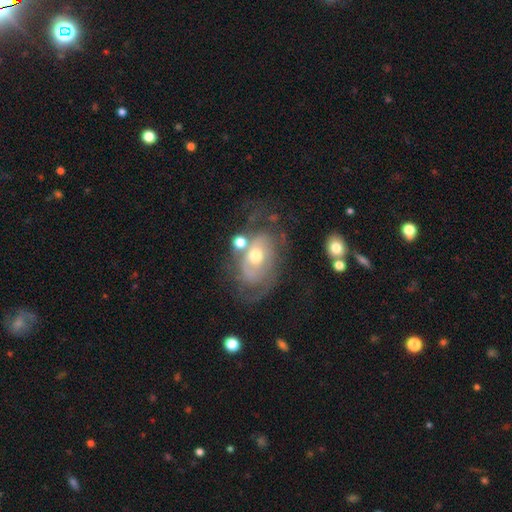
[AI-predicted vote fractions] Smooth or featured: featured or disk — 78% (smooth — 15%)
Edge-on disk: no — 96% (yes — 4%)
Bar: no — 74% (weak — 20%)
Spiral arms: yes — 78% (no — 22%)
Spiral winding: tight — 56% (medium — 31%)
Spiral arm count: 2 — 39% (can't tell — 37%)
Bulge size: moderate — 73% (small — 18%)
Merging: none — 53% (minor disturbance — 21%)